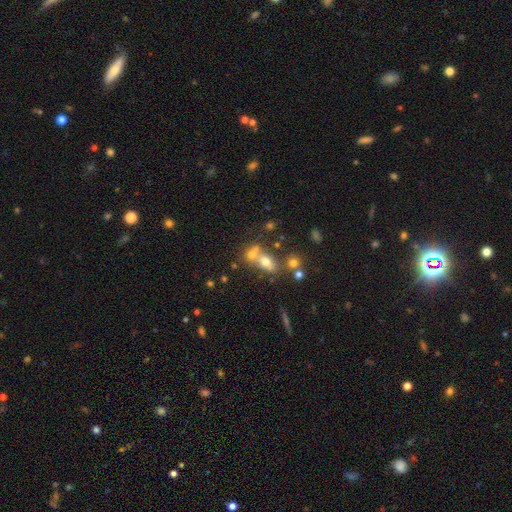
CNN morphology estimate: Smooth or featured? Predicted: smooth (p=0.59). How rounded? Predicted: in between (p=0.51). Merging? Predicted: merger (p=0.52).